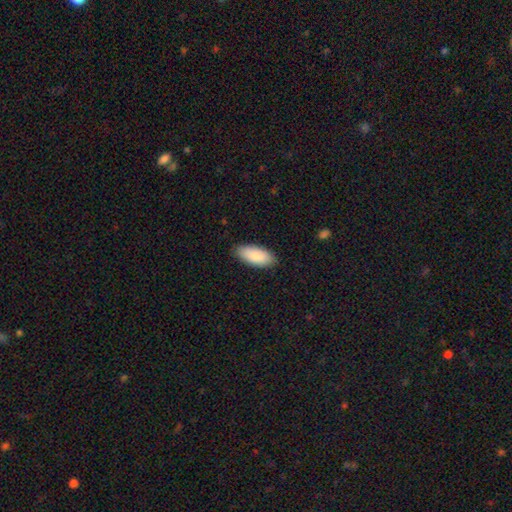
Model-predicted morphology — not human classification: A smooth galaxy with no disk features (88%) that is in between round and cigar-shaped (88%).

Vote fractions:
- Smooth or featured? smooth: 88% / featured or disk: 7% / star or artifact: 6%
- How rounded? in between: 88% / cigar-shaped: 10% / round: 2%
- Merging? none: 86% / minor disturbance: 11% / major disturbance: 2% / merger: 1%